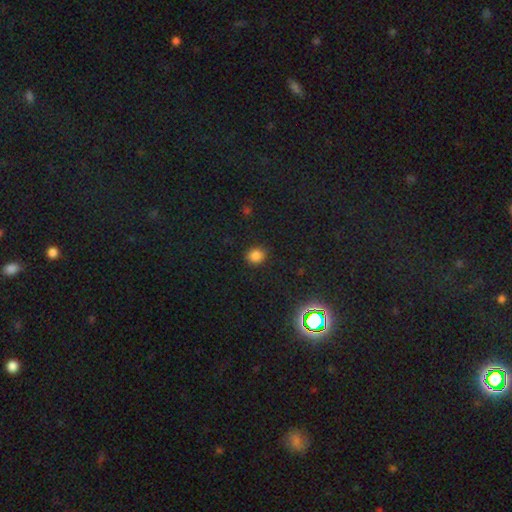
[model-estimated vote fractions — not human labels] A smooth galaxy with no disk features (82%) that is round (73%). Merging: none (88%).